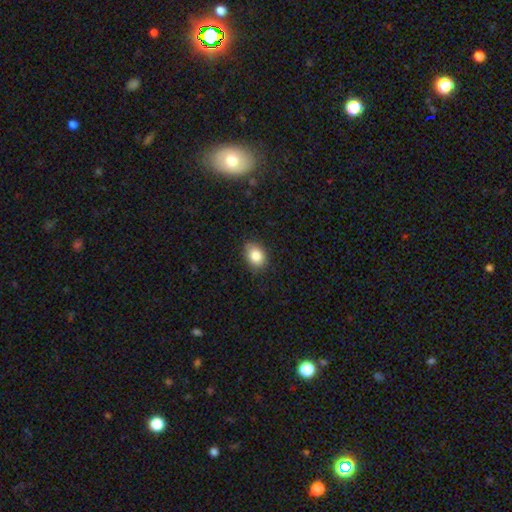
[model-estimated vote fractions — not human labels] Morphology: type=smooth (85%); roundness=in between (68%); merging=none (82%).